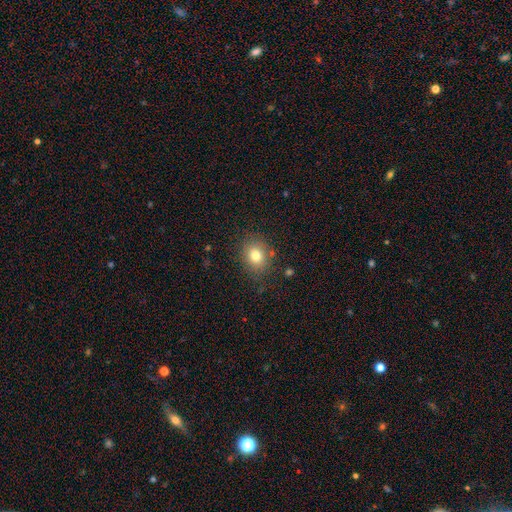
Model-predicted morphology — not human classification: This appears to be a smooth galaxy with no disk features (78%) that is round (66%). Merging: none (83%).